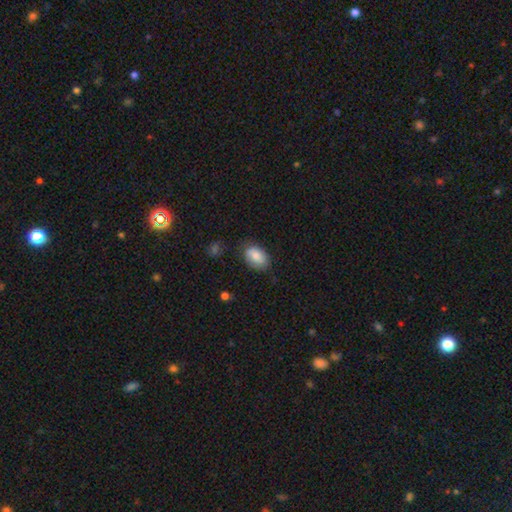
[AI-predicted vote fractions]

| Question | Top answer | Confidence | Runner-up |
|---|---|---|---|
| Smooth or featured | smooth | 82% | featured or disk (11%) |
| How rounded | in between | 88% | round (11%) |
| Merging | none | 70% | minor disturbance (23%) |